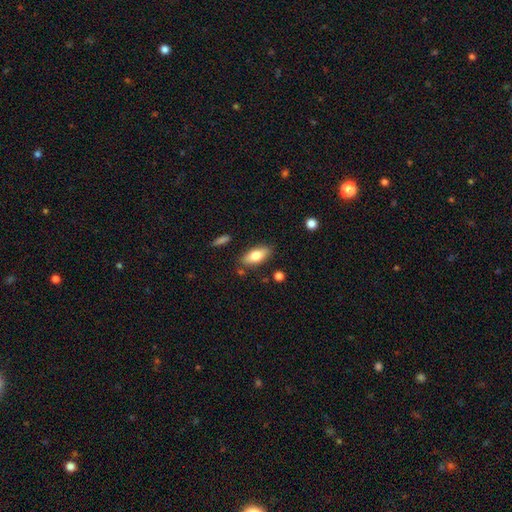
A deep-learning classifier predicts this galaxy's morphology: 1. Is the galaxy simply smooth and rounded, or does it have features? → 76% smooth, 17% featured or disk, 7% star or artifact.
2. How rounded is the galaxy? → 83% in between, 14% cigar-shaped, 3% round.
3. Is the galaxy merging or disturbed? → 82% none, 12% minor disturbance, 3% merger, 3% major disturbance.